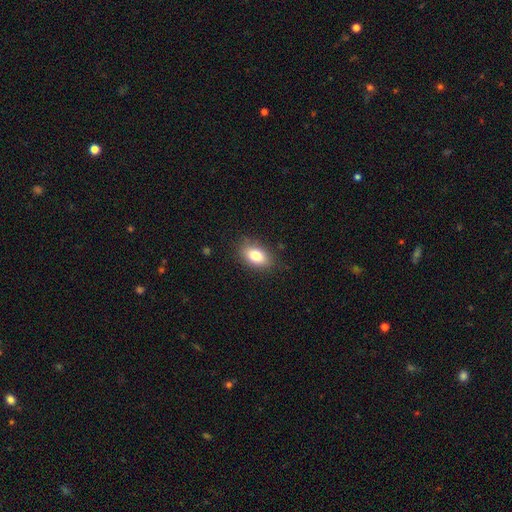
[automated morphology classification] smooth_or_featured: smooth (p=0.80) [alt: featured or disk p=0.11]
how_rounded: in between (p=0.89) [alt: round p=0.09]
merging: none (p=0.83) [alt: minor disturbance p=0.13]